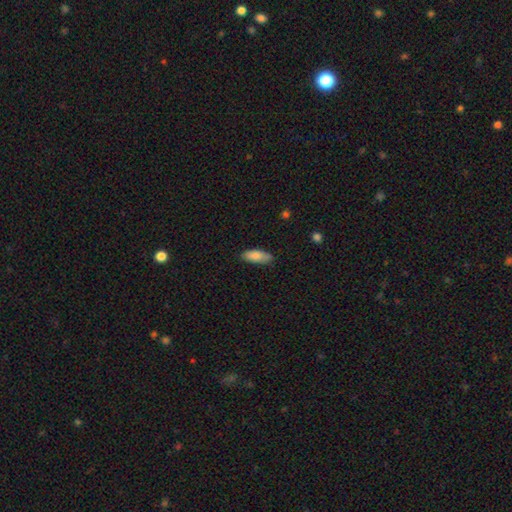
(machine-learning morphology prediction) smooth-or-featured: smooth: 86% | featured or disk: 8% | star or artifact: 6%
  how-rounded: in between: 73% | cigar-shaped: 26% | round: 2%
  merging: none: 80% | minor disturbance: 16% | major disturbance: 3% | merger: 1%